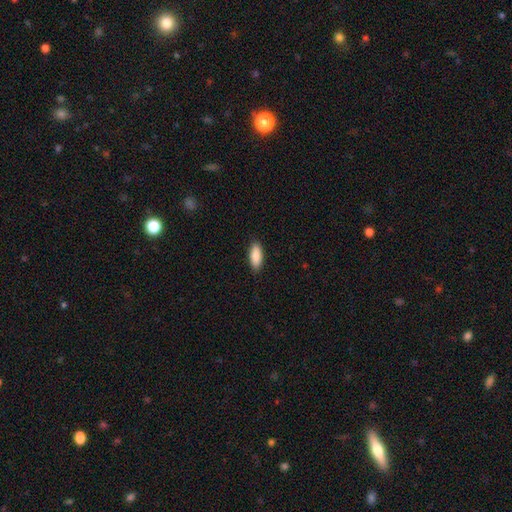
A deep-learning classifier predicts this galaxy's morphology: Smooth or featured? smooth (90%)
How rounded? in between (78%)
Merging? none (88%)